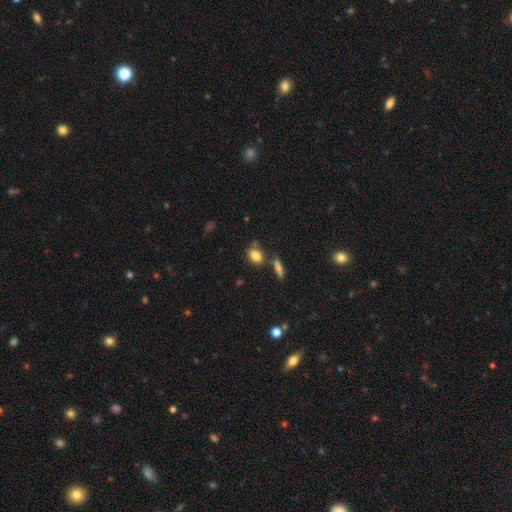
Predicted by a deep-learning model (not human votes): Smooth or featured? smooth (82%)
How rounded? in between (69%)
Merging? none (60%)